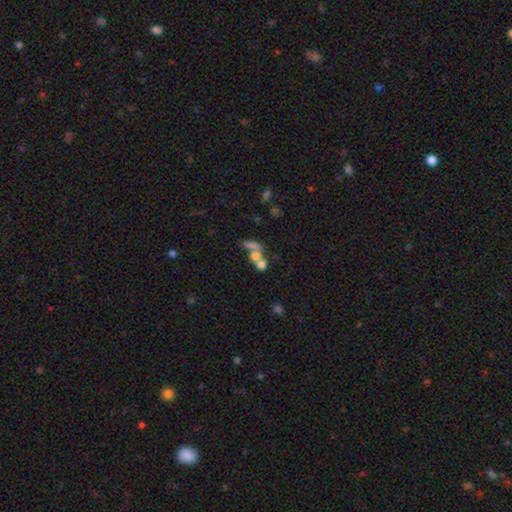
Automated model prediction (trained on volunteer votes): Smooth or featured? smooth (58%)
How rounded? round (45%)
Merging? merger (54%)